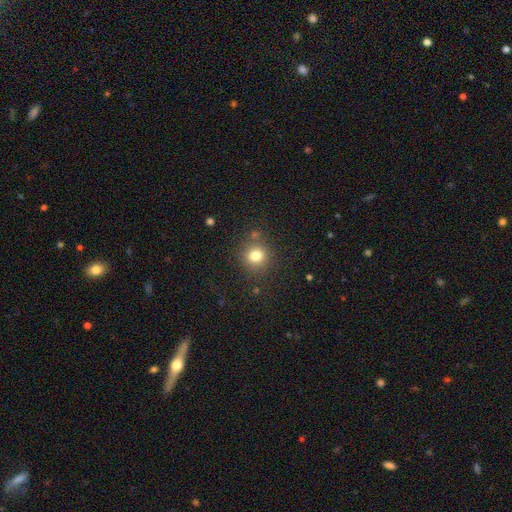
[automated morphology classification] Overall: smooth (79%). How rounded: round (89%). Merging: none (81%).